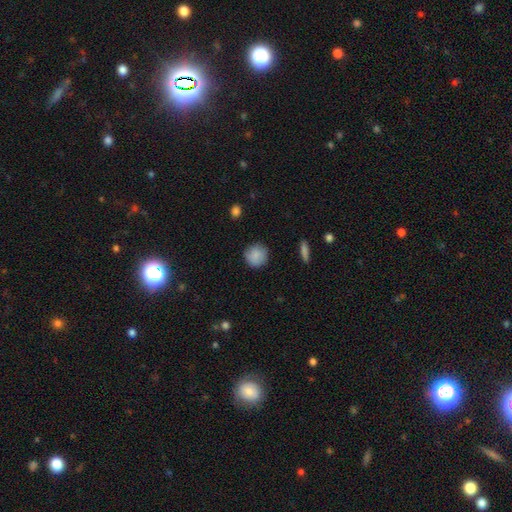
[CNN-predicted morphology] Smooth or featured? smooth (87%)
How rounded? round (93%)
Merging? none (86%)